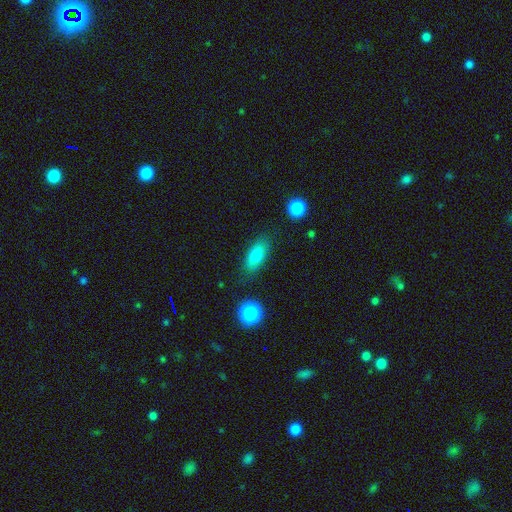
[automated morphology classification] A smooth galaxy with no disk features (80%) that is in between round and cigar-shaped (80%).

Vote fractions:
- Smooth or featured? smooth: 80% / featured or disk: 12% / star or artifact: 9%
- How rounded? in between: 80% / cigar-shaped: 15% / round: 5%
- Merging? none: 81% / minor disturbance: 13% / major disturbance: 4% / merger: 2%